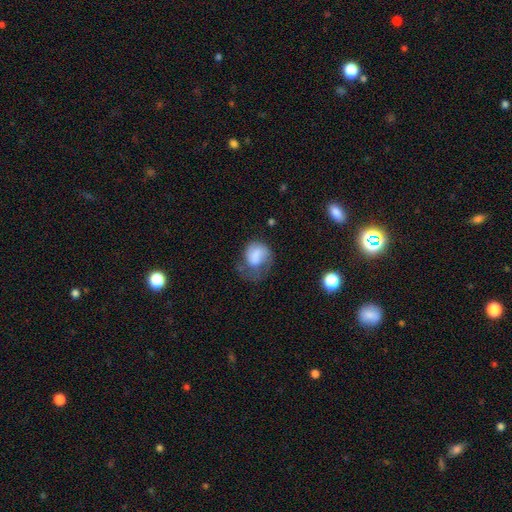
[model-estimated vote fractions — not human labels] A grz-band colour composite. It shows a smooth galaxy with no disk features (63%) that is round (51%). Merging: major disturbance (45%).